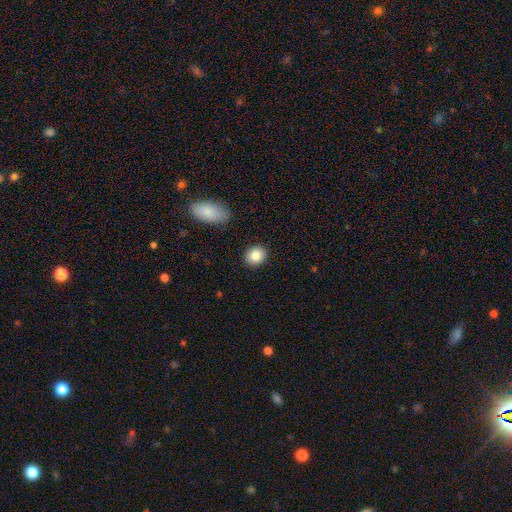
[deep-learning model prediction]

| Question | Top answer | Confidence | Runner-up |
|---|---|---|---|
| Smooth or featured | smooth | 84% | star or artifact (9%) |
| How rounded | round | 63% | in between (36%) |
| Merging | none | 90% | minor disturbance (7%) |